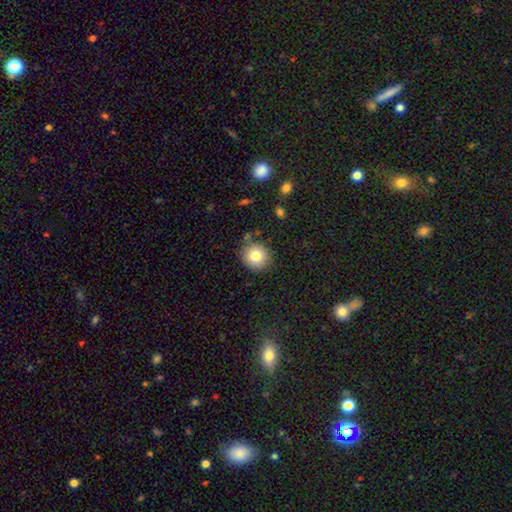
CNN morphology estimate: This appears to be a smooth galaxy with no disk features (80%) that is round (88%). Merging: none (84%).